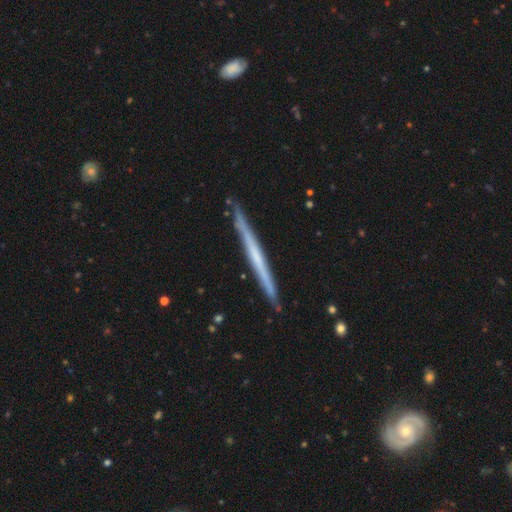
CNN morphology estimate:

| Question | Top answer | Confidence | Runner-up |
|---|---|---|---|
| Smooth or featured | featured or disk | 61% | smooth (34%) |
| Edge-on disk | yes | 98% | no (2%) |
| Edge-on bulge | none | 85% | rounded (11%) |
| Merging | none | 90% | minor disturbance (8%) |